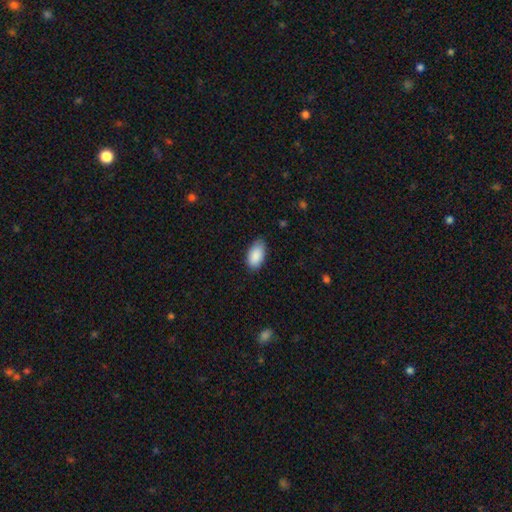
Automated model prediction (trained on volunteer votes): This appears to be a smooth galaxy with no disk features (90%) that is in between round and cigar-shaped (95%). Merging: none (77%).